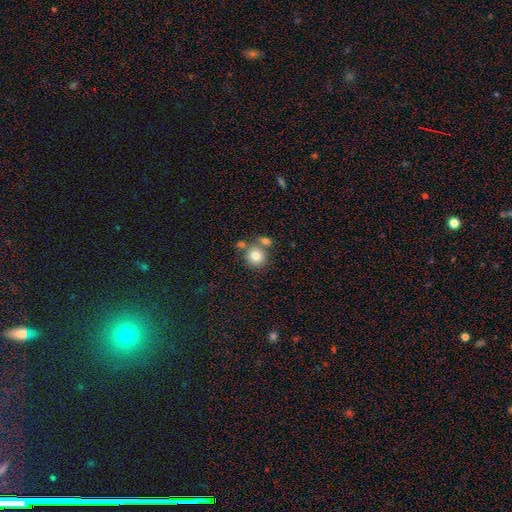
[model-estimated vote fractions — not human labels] A smooth galaxy with no disk features (78%) that is round (89%).

Vote fractions:
- Smooth or featured? smooth: 78% / featured or disk: 11% / star or artifact: 10%
- How rounded? round: 89% / in between: 10% / cigar-shaped: 1%
- Merging? none: 61% / merger: 26% / minor disturbance: 10% / major disturbance: 4%